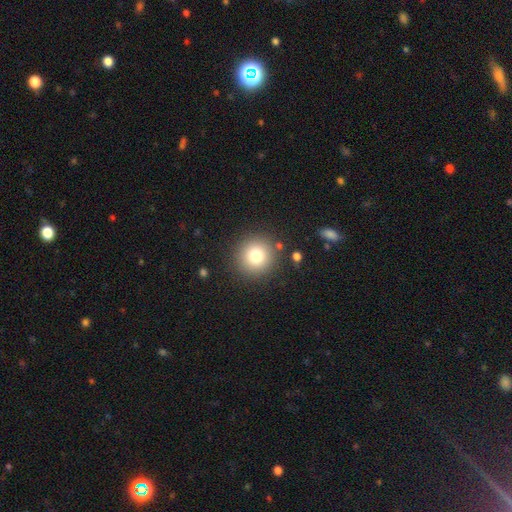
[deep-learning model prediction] This appears to be a smooth galaxy with no disk features (79%) that is round (94%). Merging: none (88%).